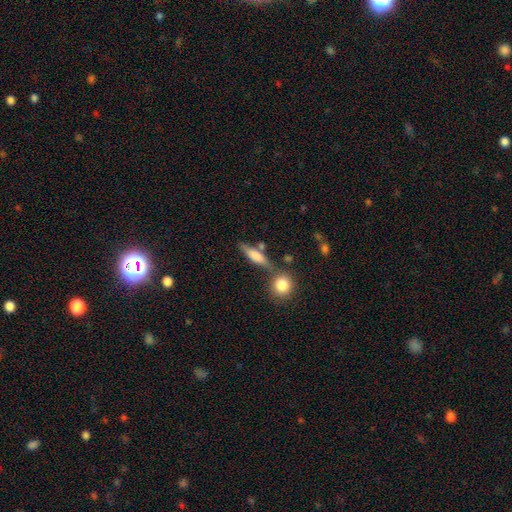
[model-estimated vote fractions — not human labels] Morphology: type=smooth (60%); roundness=cigar-shaped (61%); merging=none (66%).